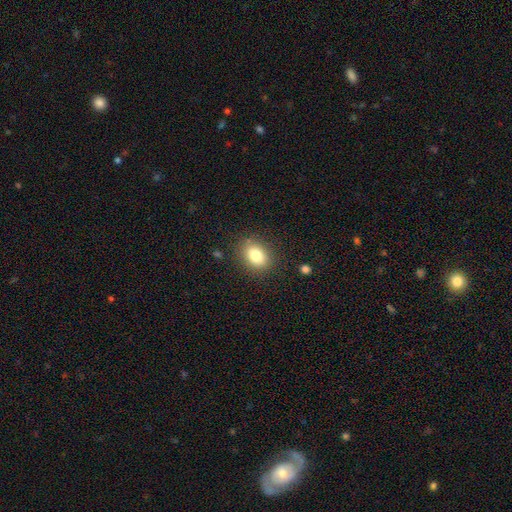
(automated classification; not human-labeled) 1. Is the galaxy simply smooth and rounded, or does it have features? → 81% smooth, 10% star or artifact, 9% featured or disk.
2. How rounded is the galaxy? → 66% in between, 33% round, 1% cigar-shaped.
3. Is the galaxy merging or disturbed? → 85% none, 10% minor disturbance, 3% major disturbance, 1% merger.